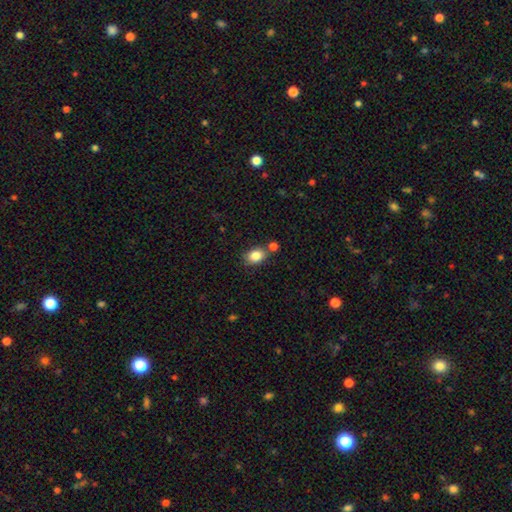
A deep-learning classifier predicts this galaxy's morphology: Smooth or featured? Predicted: smooth (p=0.85). How rounded? Predicted: in between (p=0.72). Merging? Predicted: none (p=0.69).